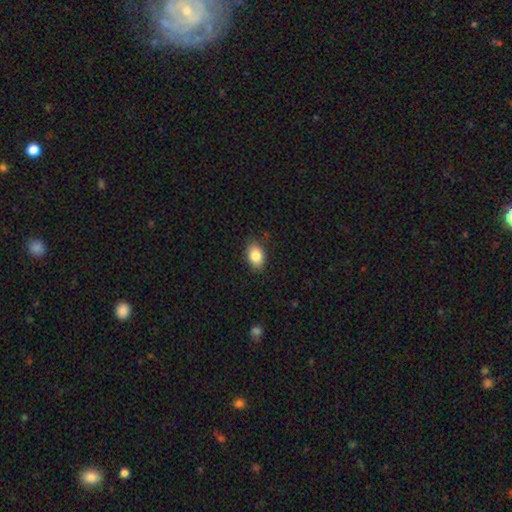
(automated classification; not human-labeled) smooth-or-featured: smooth: 85% | star or artifact: 8% | featured or disk: 7%
  how-rounded: in between: 84% | round: 15% | cigar-shaped: 1%
  merging: none: 85% | minor disturbance: 11% | major disturbance: 2% | merger: 1%